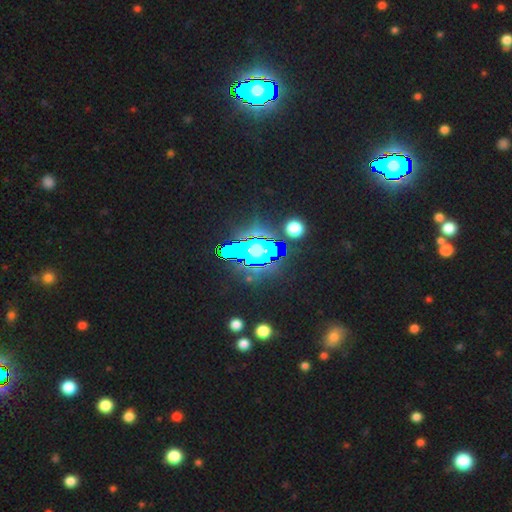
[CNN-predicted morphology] The model was most divided on "smooth or featured": star or artifact: 80%, smooth: 10%, featured or disk: 10%.